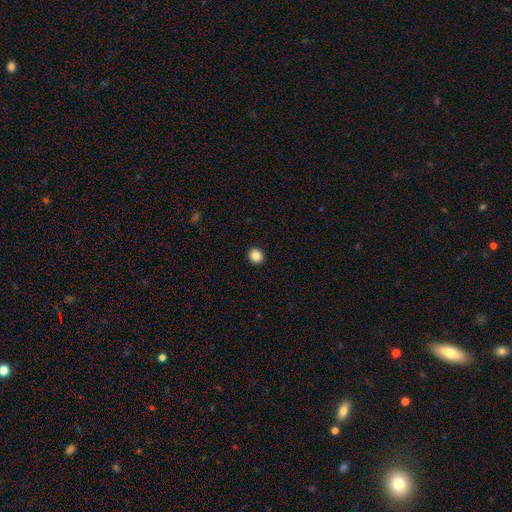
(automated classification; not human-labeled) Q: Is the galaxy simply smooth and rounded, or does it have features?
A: smooth — 85%.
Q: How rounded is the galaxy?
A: round — 92%.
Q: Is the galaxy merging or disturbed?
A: none — 94%.